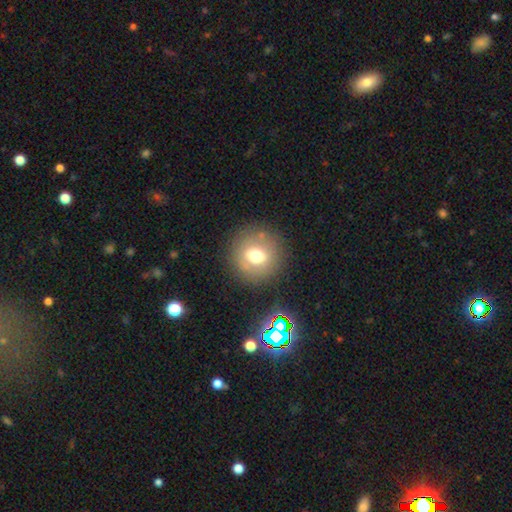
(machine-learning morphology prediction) type=smooth (62%); roundness=round (89%); merging=none (83%).